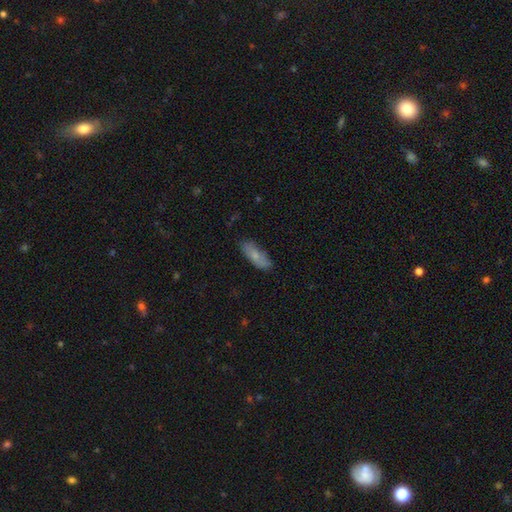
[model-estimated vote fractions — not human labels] The model was most divided on "how rounded": in between: 63%, cigar-shaped: 35%, round: 2%. More confident: merging — none (76%); smooth or featured — smooth (73%).